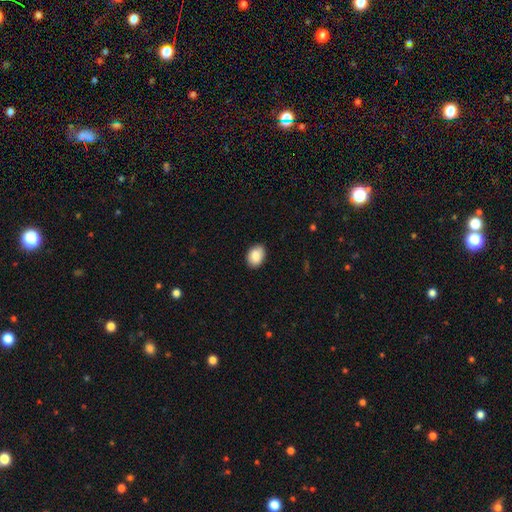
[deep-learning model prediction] Smooth or featured? Predicted: smooth (p=0.87). How rounded? Predicted: in between (p=0.77). Merging? Predicted: none (p=0.86).